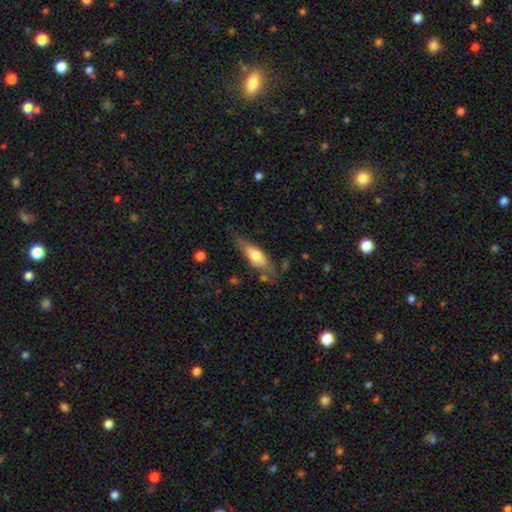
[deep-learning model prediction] A smooth galaxy with no disk features (59%) that is in between round and cigar-shaped (58%). Merging: none (57%).